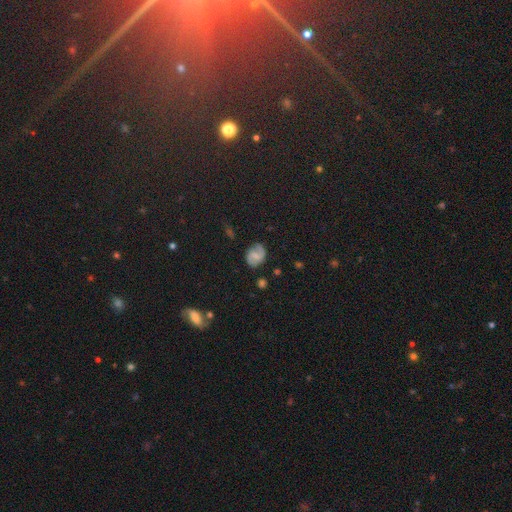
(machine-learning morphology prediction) Overall: featured or disk (52%; smooth 37%). Edge-on disk: no (97%). Bar: weak (49%; no 36%). Spiral arms: yes (88%). Bulge size: small (40%; moderate 30%). Merging: none (75%).